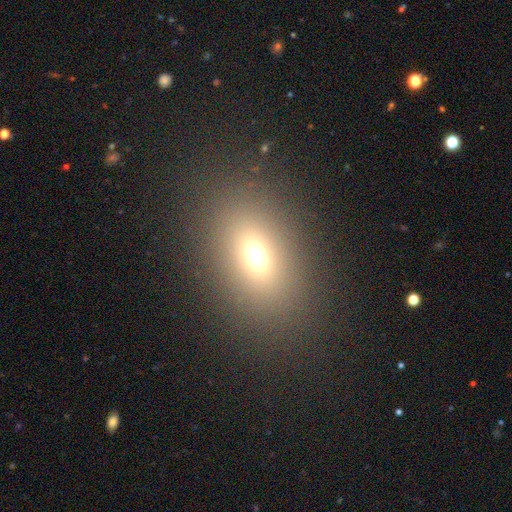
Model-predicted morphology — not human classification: This appears to be a smooth galaxy with no disk features (67%) that is in between round and cigar-shaped (71%). Merging: none (83%).